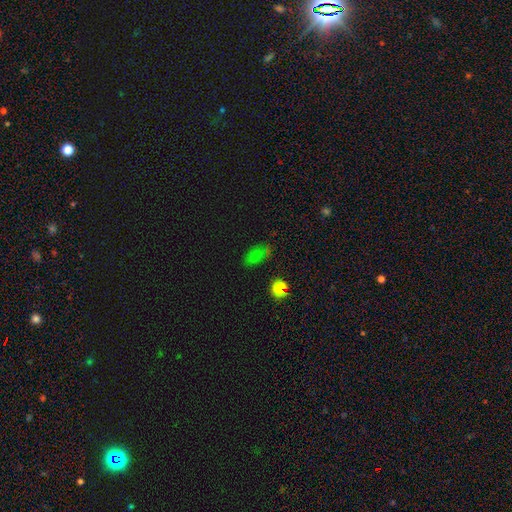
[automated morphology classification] smooth_or_featured: smooth (p=0.60) [alt: star or artifact p=0.32]
how_rounded: in between (p=0.83) [alt: round p=0.12]
merging: none (p=0.69) [alt: minor disturbance p=0.19]